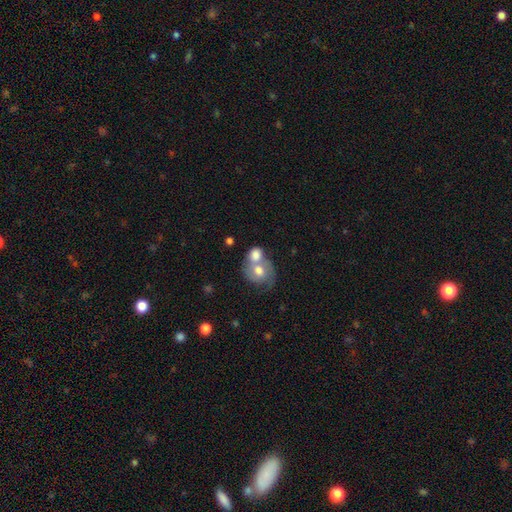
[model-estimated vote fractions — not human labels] Smooth or featured? smooth (64%)
How rounded? round (58%)
Merging? merger (68%)